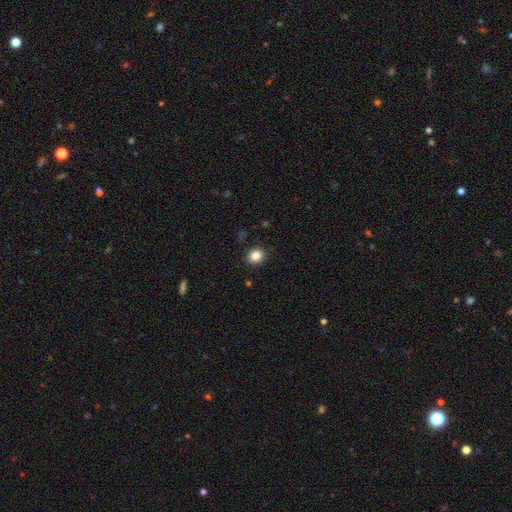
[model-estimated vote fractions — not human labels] This appears to be a smooth galaxy with no disk features (84%) that is round (79%). Merging: none (90%).